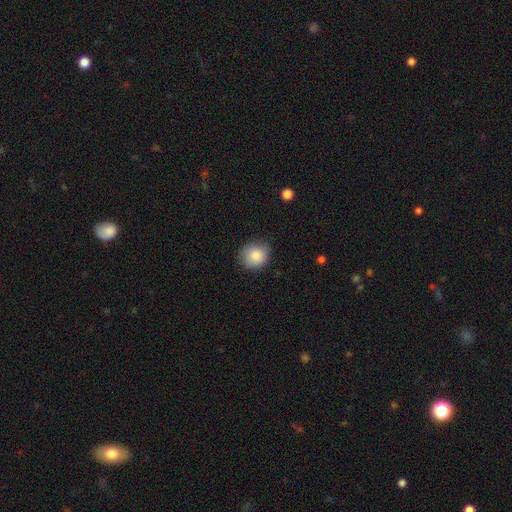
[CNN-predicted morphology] Smooth or featured? Predicted: smooth (p=0.86). How rounded? Predicted: round (p=0.81). Merging? Predicted: none (p=0.81).